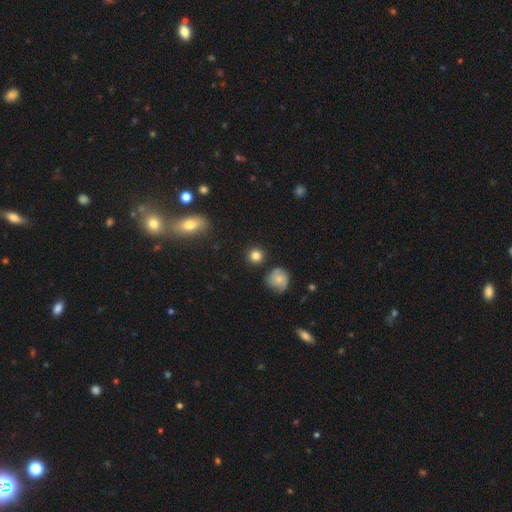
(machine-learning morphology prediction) smooth 82%, star or artifact 10%, featured or disk 8%. Down the decision tree: how rounded — round (92%); merging — none (85%).